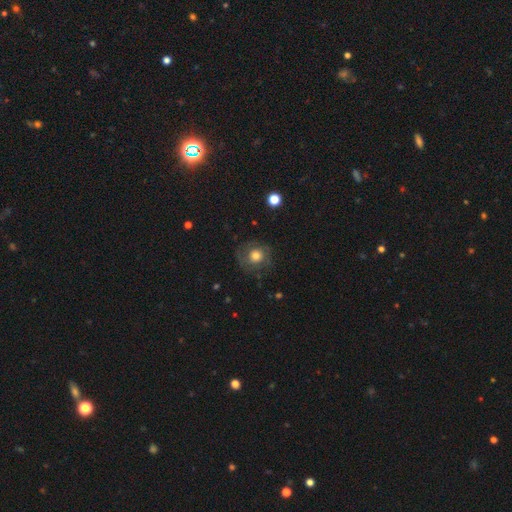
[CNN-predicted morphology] A smooth galaxy with no disk features (49%).

Vote fractions:
- Smooth or featured? smooth: 49% / featured or disk: 40% / star or artifact: 11%
- Merging? none: 74% / minor disturbance: 15% / major disturbance: 10% / merger: 1%